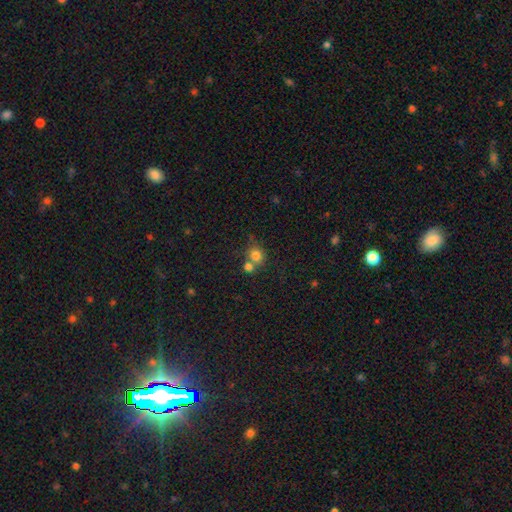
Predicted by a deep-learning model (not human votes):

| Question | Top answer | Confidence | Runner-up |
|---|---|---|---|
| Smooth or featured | smooth | 79% | star or artifact (12%) |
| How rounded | round | 80% | in between (19%) |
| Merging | none | 47% | merger (40%) |